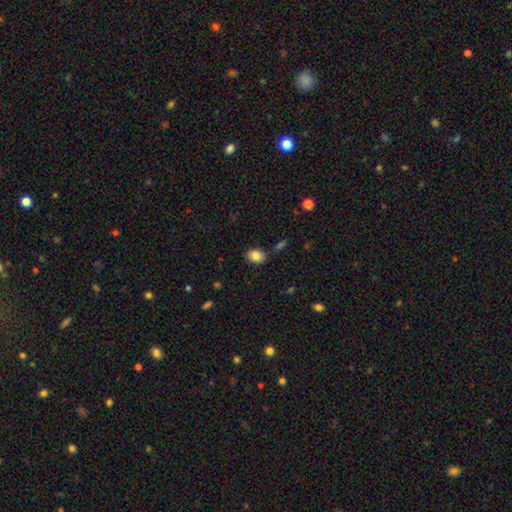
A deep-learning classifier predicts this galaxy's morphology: Smooth or featured: smooth — 84% (star or artifact — 9%)
How rounded: in between — 61% (round — 38%)
Merging: none — 81% (minor disturbance — 12%)